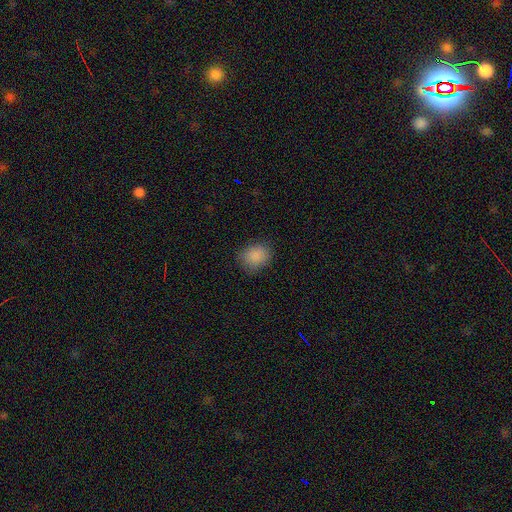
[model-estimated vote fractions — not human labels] Smooth or featured: smooth — 86% (star or artifact — 10%)
How rounded: round — 56% (in between — 43%)
Merging: none — 80% (minor disturbance — 15%)